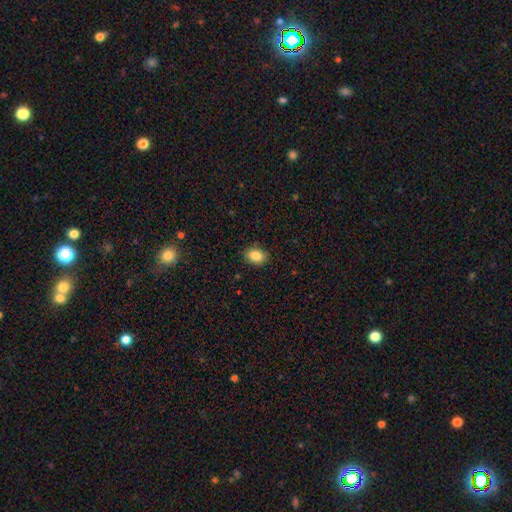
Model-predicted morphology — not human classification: smooth 86%, star or artifact 9%, featured or disk 6%. Down the decision tree: how rounded — in between (72%); merging — none (88%).